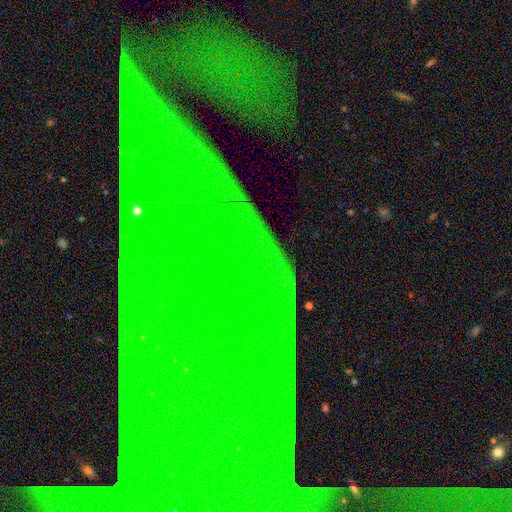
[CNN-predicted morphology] Smooth or featured? star or artifact (82%)